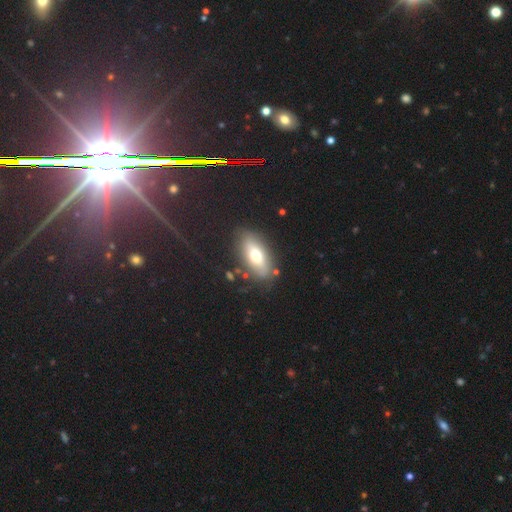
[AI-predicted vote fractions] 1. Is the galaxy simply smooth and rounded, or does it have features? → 63% smooth, 29% featured or disk, 8% star or artifact.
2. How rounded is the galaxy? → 84% in between, 12% cigar-shaped, 4% round.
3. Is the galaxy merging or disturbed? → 79% none, 13% minor disturbance, 5% major disturbance, 3% merger.